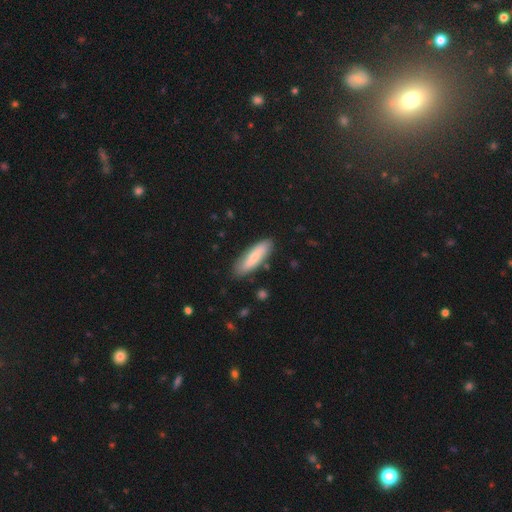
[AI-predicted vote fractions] Overall: smooth (72%). How rounded: cigar-shaped (55%; in between 43%). Merging: none (83%).